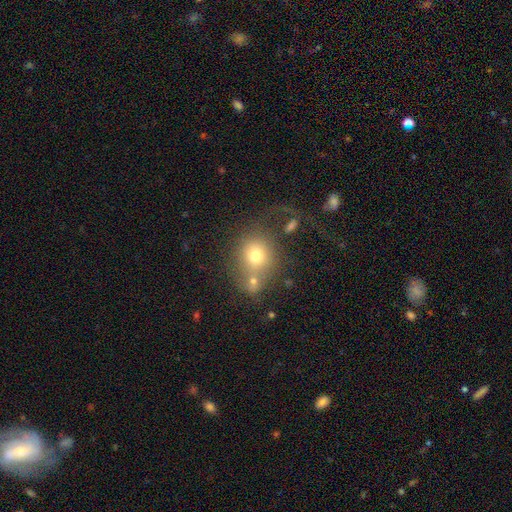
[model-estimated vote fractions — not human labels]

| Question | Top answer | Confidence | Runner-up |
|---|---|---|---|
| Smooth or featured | smooth | 69% | featured or disk (18%) |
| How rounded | round | 77% | in between (22%) |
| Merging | none | 39% | merger (33%) |